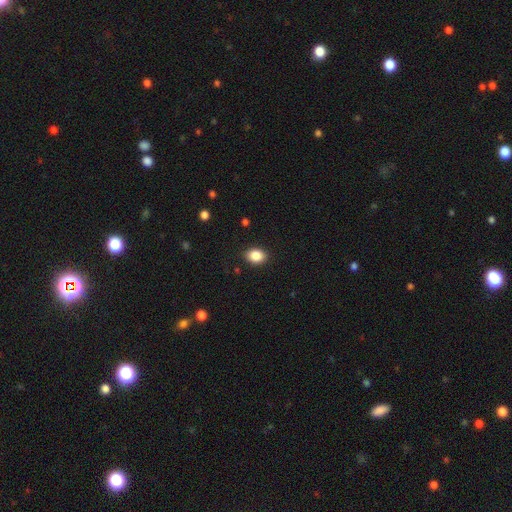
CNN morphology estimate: A smooth galaxy with no disk features (87%) that is in between round and cigar-shaped (67%). Merging: none (88%).